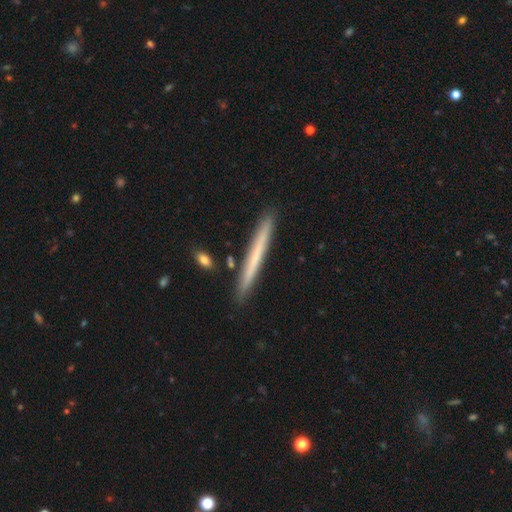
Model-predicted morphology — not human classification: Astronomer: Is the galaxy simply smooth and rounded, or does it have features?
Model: smooth — 58% (runner-up: featured or disk, 36%).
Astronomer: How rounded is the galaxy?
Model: cigar-shaped — 97%.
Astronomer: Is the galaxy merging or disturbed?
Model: none — 90%.